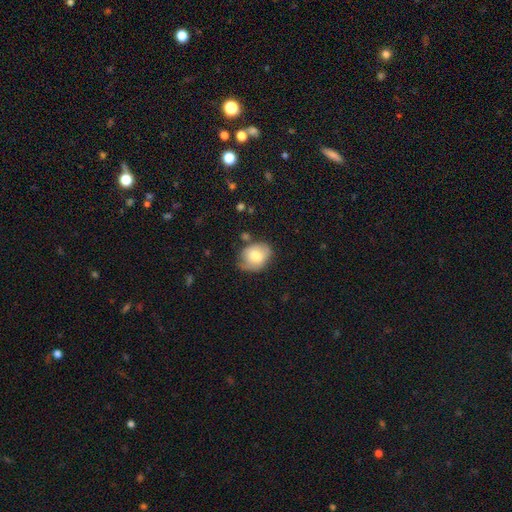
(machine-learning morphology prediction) smooth_or_featured: smooth (p=0.68) [alt: featured or disk p=0.25]
how_rounded: in between (p=0.59) [alt: round p=0.40]
merging: none (p=0.55) [alt: minor disturbance p=0.31]